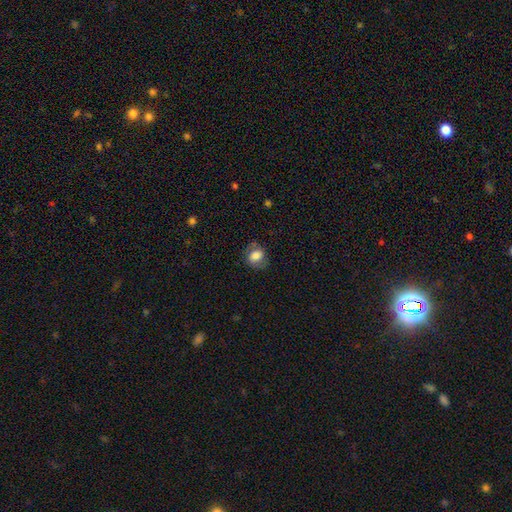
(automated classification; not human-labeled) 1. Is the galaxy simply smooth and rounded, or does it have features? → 69% smooth, 23% featured or disk, 8% star or artifact.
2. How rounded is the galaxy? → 51% round, 47% in between, 1% cigar-shaped.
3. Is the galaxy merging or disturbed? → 69% none, 20% minor disturbance, 10% major disturbance, 1% merger.